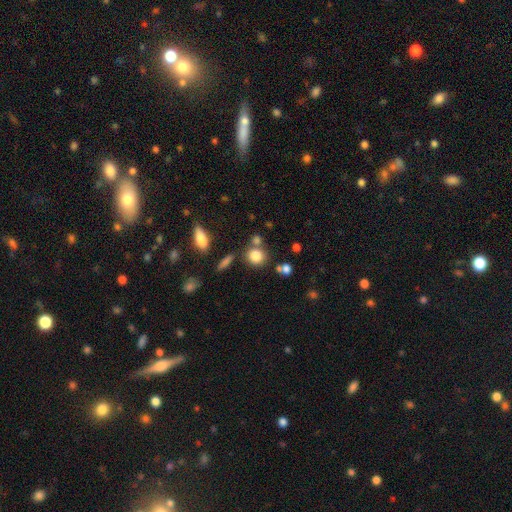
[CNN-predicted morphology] This is clearly a smooth galaxy (82%). How rounded: clearly round (80%). Merging: likely none (68%).